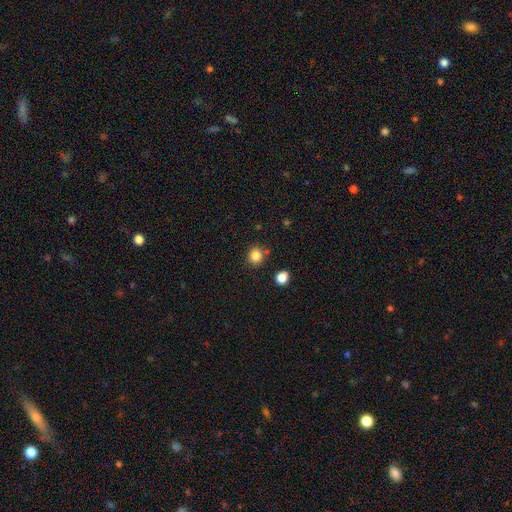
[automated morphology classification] smooth-or-featured: smooth: 83% | star or artifact: 12% | featured or disk: 5%
  how-rounded: round: 86% | in between: 13% | cigar-shaped: 1%
  merging: none: 81% | minor disturbance: 10% | merger: 6% | major disturbance: 3%